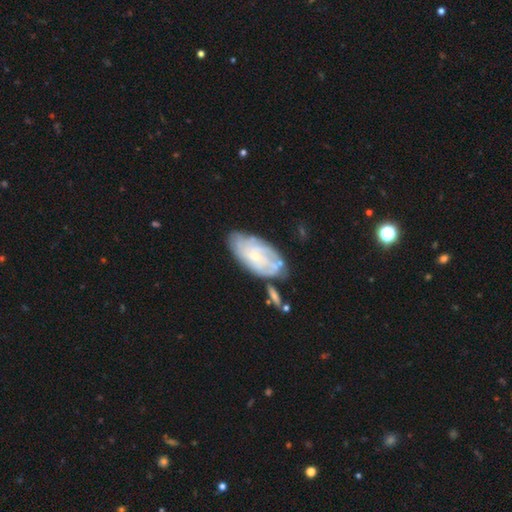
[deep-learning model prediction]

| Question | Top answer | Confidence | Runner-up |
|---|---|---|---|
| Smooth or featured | featured or disk | 69% | smooth (25%) |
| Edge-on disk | no | 93% | yes (7%) |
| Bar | no | 77% | weak (20%) |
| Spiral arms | yes | 80% | no (20%) |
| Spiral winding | tight | 69% | medium (23%) |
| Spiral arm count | can't tell | 59% | 4 (12%) |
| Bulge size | small | 74% | moderate (22%) |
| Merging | none | 63% | minor disturbance (20%) |